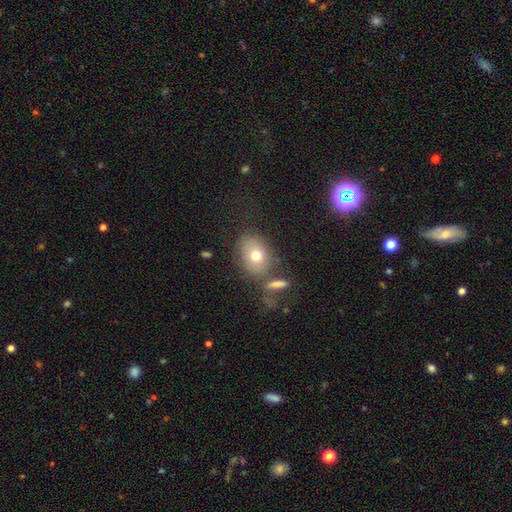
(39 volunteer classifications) A smooth galaxy with no disk features (64%) that is round (60%). Merging: none (57%).